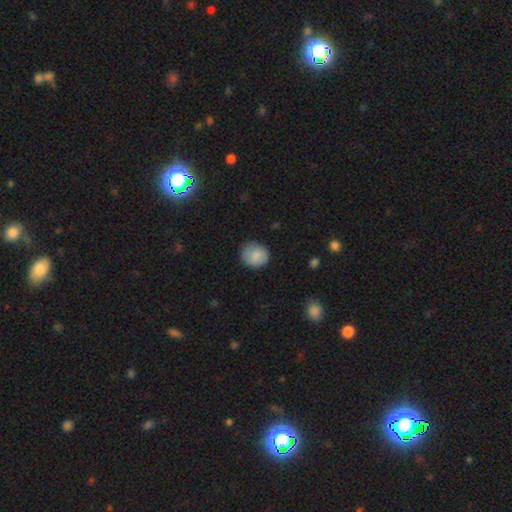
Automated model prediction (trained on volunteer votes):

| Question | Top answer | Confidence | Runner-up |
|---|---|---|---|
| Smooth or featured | smooth | 83% | featured or disk (10%) |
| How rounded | round | 83% | in between (16%) |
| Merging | none | 78% | minor disturbance (16%) |